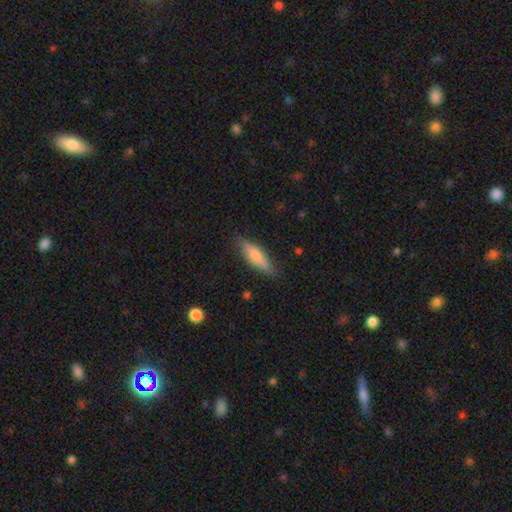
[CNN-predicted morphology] This is likely a smooth galaxy (64%). How rounded: likely cigar-shaped (62%). Merging: clearly none (83%).